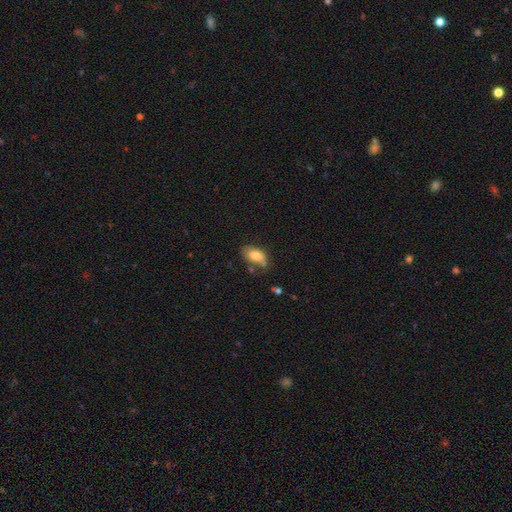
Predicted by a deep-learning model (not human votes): smooth 77%, featured or disk 15%, star or artifact 8%. Down the decision tree: how rounded — in between (91%); merging — none (54%).